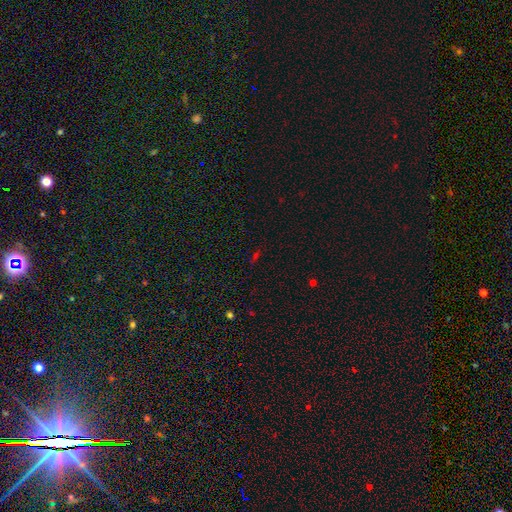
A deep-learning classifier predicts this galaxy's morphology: A star or artifact, not a galaxy (61%).